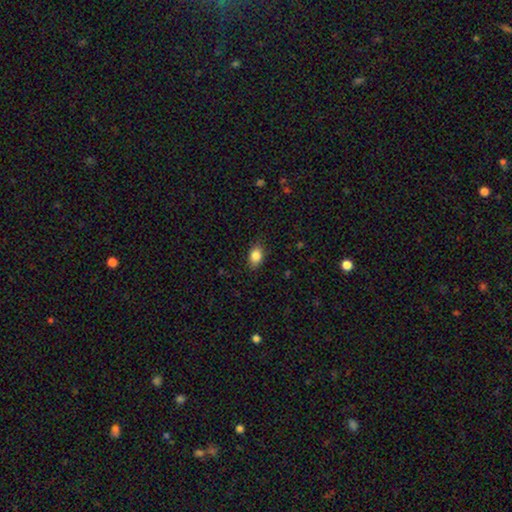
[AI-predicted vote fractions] Smooth or featured? Predicted: smooth (p=0.86). How rounded? Predicted: in between (p=0.80). Merging? Predicted: none (p=0.84).